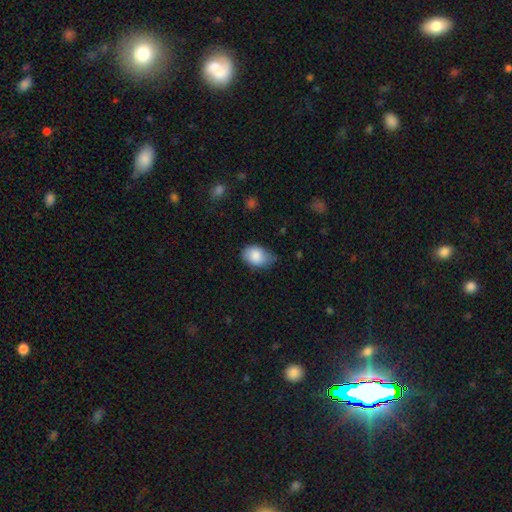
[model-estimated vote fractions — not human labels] Smooth or featured? Predicted: smooth (p=0.86). How rounded? Predicted: in between (p=0.80). Merging? Predicted: none (p=0.56).